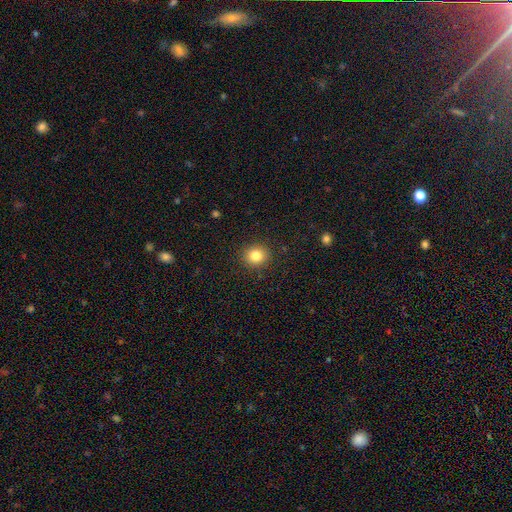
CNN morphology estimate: Q: Smooth or featured?
A: smooth (83%); runner-up: star or artifact (11%)
Q: How rounded?
A: round (85%); runner-up: in between (14%)
Q: Merging?
A: none (91%); runner-up: minor disturbance (6%)